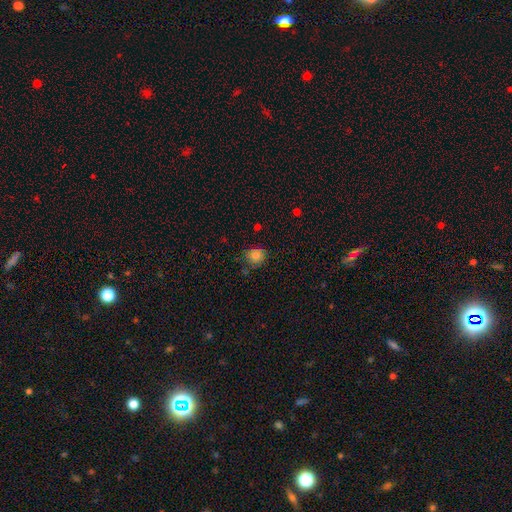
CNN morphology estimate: This is clearly a smooth galaxy (81%). How rounded: likely round (80%). Merging: likely none (71%).